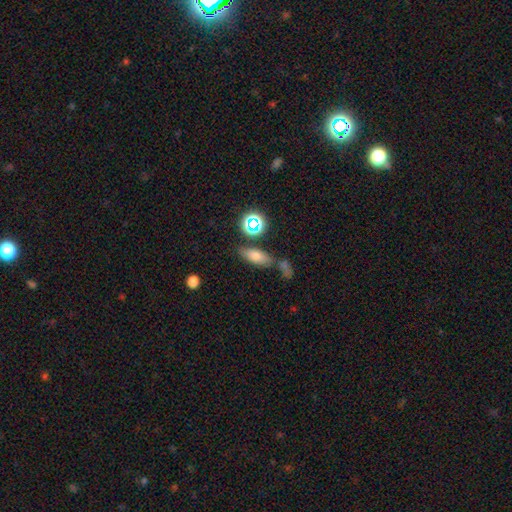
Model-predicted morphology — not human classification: Smooth or featured? smooth (70%)
How rounded? in between (69%)
Merging? none (64%)